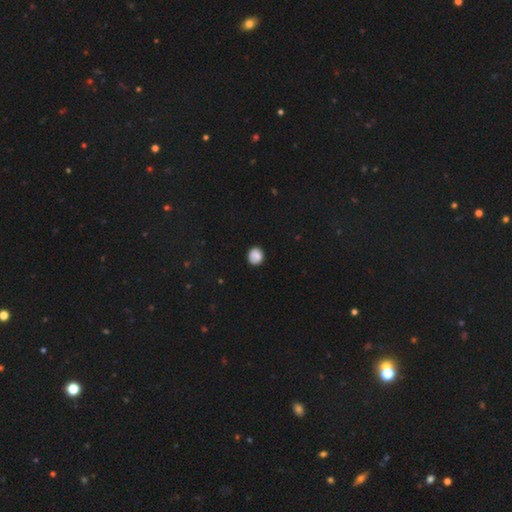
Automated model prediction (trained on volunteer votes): Smooth or featured? smooth (82%)
How rounded? round (76%)
Merging? none (80%)